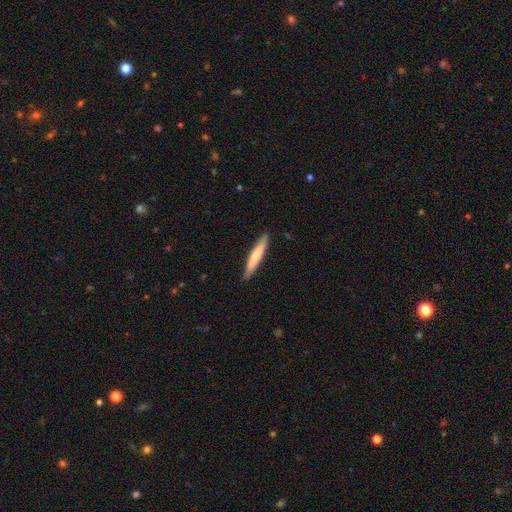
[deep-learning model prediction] A smooth galaxy with no disk features (67%) that is cigar-shaped (92%).

Vote fractions:
- Smooth or featured? smooth: 67% / featured or disk: 28% / star or artifact: 5%
- How rounded? cigar-shaped: 92% / in between: 7% / round: 1%
- Merging? none: 88% / minor disturbance: 9% / major disturbance: 1% / merger: 1%